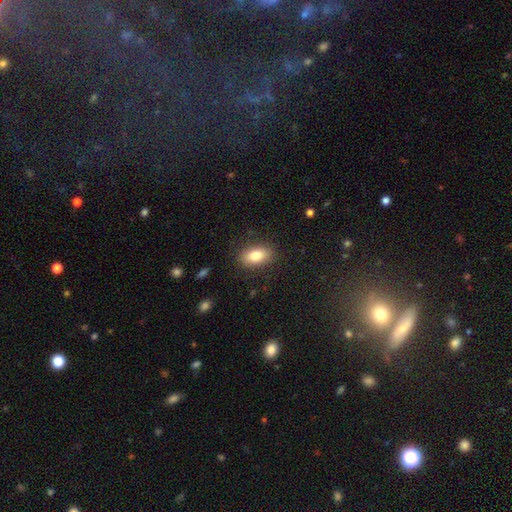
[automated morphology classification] Smooth or featured?
  - smooth: 82% *
  - featured or disk: 10%
  - star or artifact: 8%
How rounded?
  - in between: 88% *
  - round: 9%
  - cigar-shaped: 3%
Merging?
  - none: 86% *
  - minor disturbance: 10%
  - major disturbance: 3%
  - merger: 1%